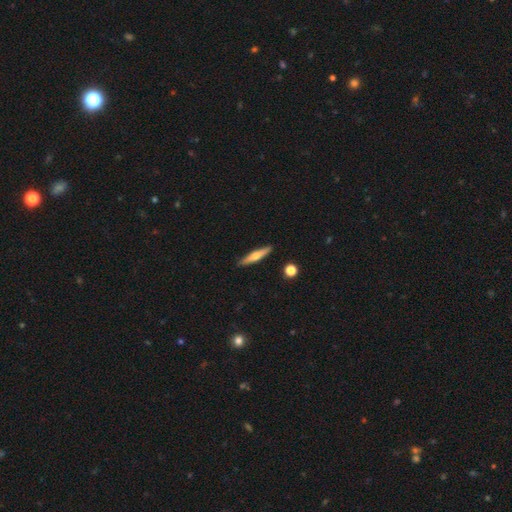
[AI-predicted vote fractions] This appears to be a smooth galaxy with no disk features (49%). Merging: none (89%).